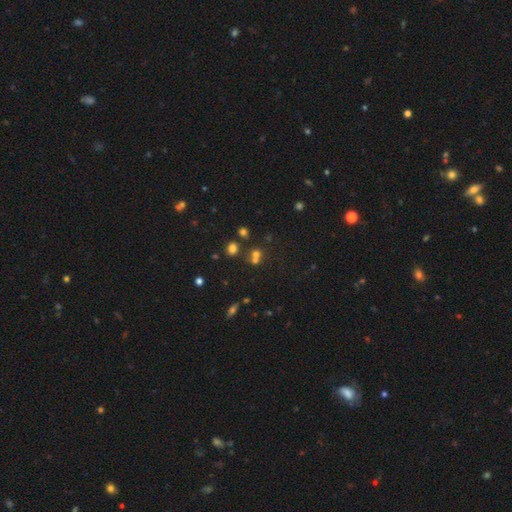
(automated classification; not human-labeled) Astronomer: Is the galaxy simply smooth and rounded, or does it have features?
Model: smooth — 57%.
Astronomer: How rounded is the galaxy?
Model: round — 79%.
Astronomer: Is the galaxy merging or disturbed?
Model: none — 49% (runner-up: merger, 39%).